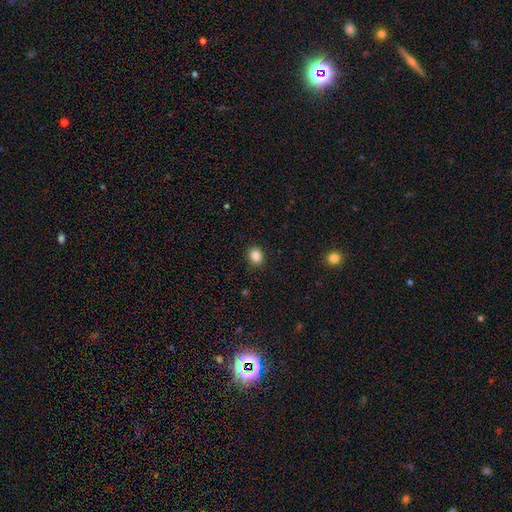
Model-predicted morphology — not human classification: A smooth galaxy with no disk features (85%) that is round (60%). Merging: none (90%).